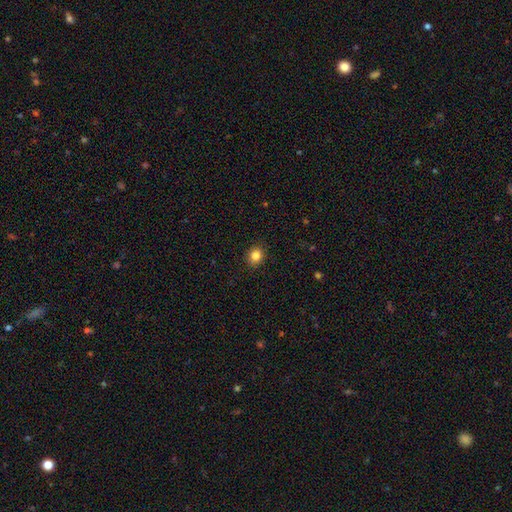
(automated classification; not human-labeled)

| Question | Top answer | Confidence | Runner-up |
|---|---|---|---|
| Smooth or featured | smooth | 84% | star or artifact (11%) |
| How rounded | round | 71% | in between (28%) |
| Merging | none | 91% | minor disturbance (7%) |